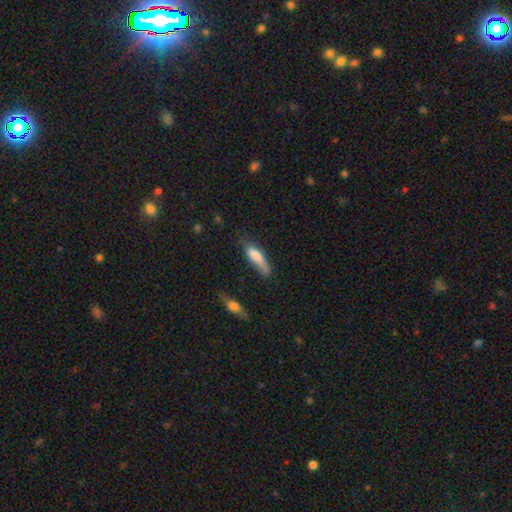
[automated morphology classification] A smooth galaxy with no disk features (75%) that is cigar-shaped (60%). Merging: none (45%).